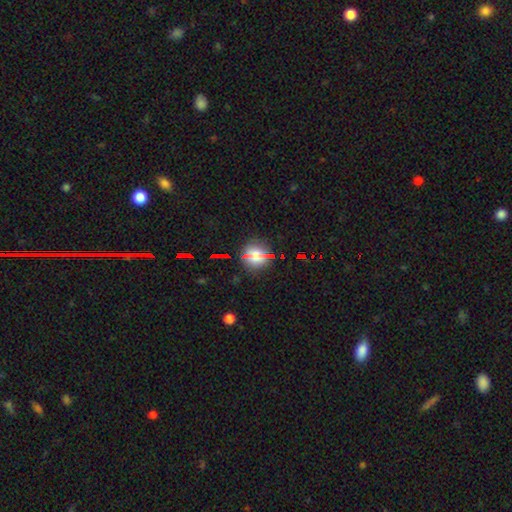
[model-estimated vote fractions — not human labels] Q: Smooth or featured?
A: smooth (39%); runner-up: featured or disk (32%)
Q: Merging?
A: none (87%); runner-up: minor disturbance (8%)